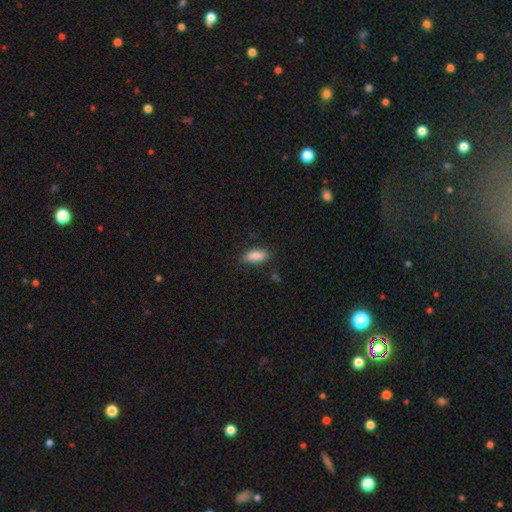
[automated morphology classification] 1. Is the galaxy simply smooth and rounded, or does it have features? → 88% smooth, 7% star or artifact, 5% featured or disk.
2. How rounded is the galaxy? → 84% in between, 14% cigar-shaped, 2% round.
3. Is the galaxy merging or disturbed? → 84% none, 12% minor disturbance, 3% major disturbance, 1% merger.